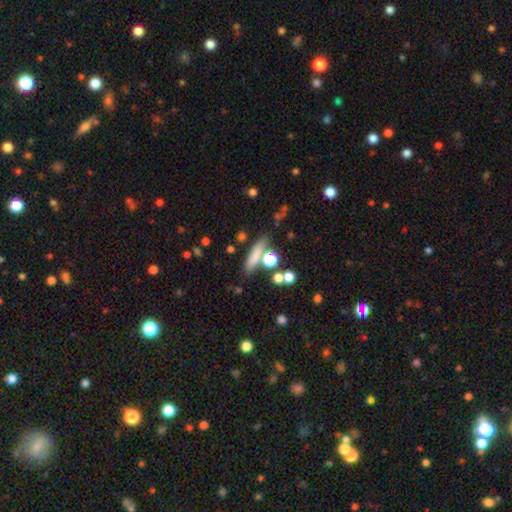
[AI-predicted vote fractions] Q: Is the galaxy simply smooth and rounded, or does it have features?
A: smooth — 70%.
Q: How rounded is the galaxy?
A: cigar-shaped — 70%.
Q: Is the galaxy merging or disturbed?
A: none — 69%.